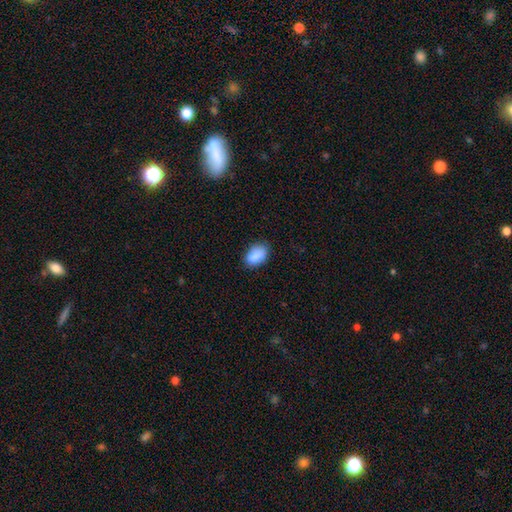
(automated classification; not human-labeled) Smooth or featured? smooth (88%)
How rounded? in between (88%)
Merging? none (79%)